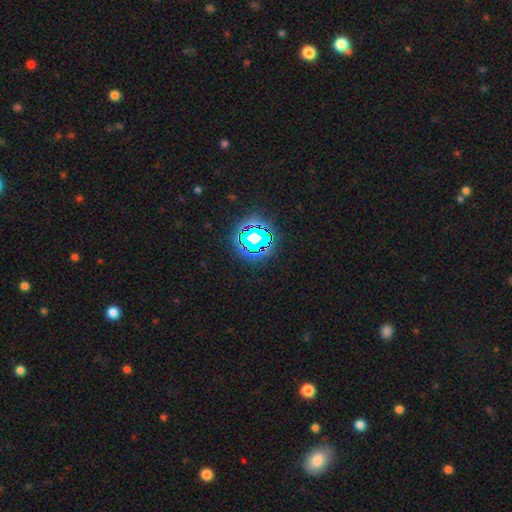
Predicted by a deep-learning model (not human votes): Overall: star or artifact (81%).